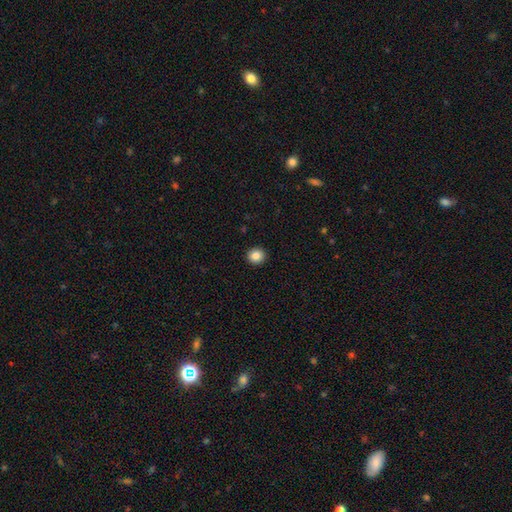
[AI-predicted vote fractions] The model was most divided on "smooth or featured": smooth: 84%, star or artifact: 10%, featured or disk: 5%. More confident: merging — none (93%); how rounded — round (89%).